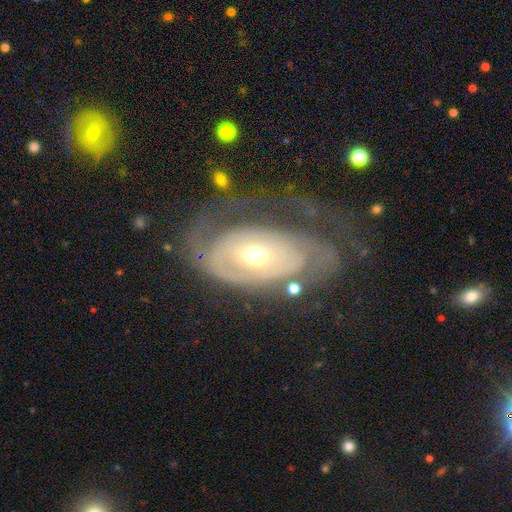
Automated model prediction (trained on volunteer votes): Smooth or featured: featured or disk — 78% (smooth — 16%)
Edge-on disk: no — 94% (yes — 6%)
Bar: no — 73% (weak — 20%)
Spiral arms: yes — 73% (no — 27%)
Spiral winding: tight — 66% (medium — 23%)
Spiral arm count: can't tell — 43% (2 — 24%)
Bulge size: moderate — 67% (small — 24%)
Merging: none — 44% (major disturbance — 31%)